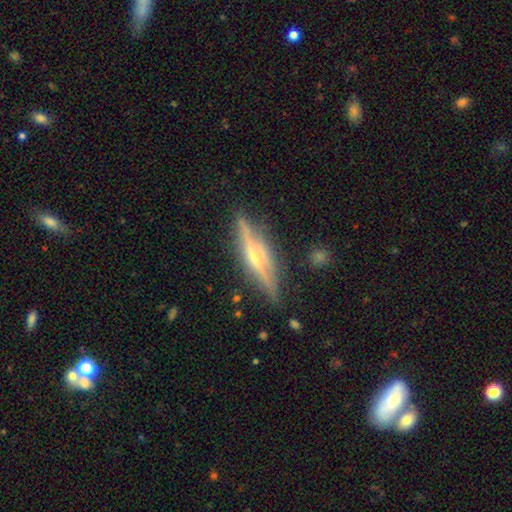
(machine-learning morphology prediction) Q: Smooth or featured?
A: featured or disk (79%); runner-up: smooth (15%)
Q: Edge-on disk?
A: yes (96%); runner-up: no (4%)
Q: Edge-on bulge?
A: rounded (79%); runner-up: none (10%)
Q: Merging?
A: none (85%); runner-up: minor disturbance (11%)